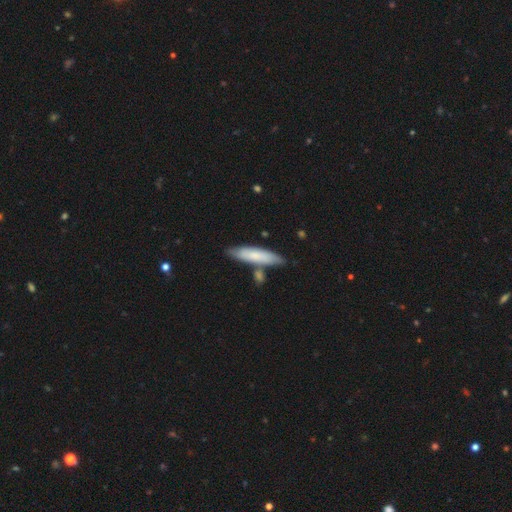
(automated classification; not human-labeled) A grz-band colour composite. It shows a smooth galaxy with no disk features (72%) that is cigar-shaped (77%). Merging: none (74%).